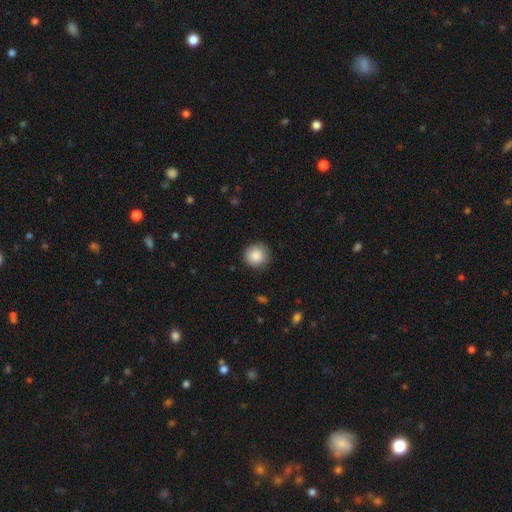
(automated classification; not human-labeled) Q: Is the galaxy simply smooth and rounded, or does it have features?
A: smooth — 88%.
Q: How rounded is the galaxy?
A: round — 92%.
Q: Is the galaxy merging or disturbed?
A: none — 87%.